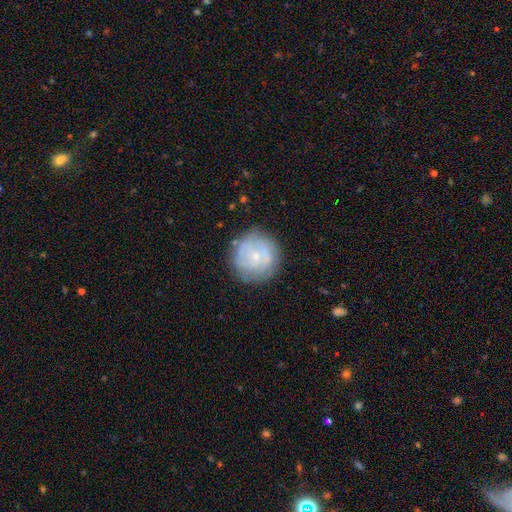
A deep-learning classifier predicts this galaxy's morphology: smooth_or_featured: featured or disk (p=0.55) [alt: smooth p=0.37]
disk_edge_on: no (p=0.98) [alt: yes p=0.02]
bar: no (p=0.75) [alt: weak p=0.21]
has_spiral_arms: yes (p=0.65) [alt: no p=0.35]
bulge_size: small (p=0.77) [alt: moderate p=0.18]
merging: none (p=0.78) [alt: minor disturbance p=0.15]